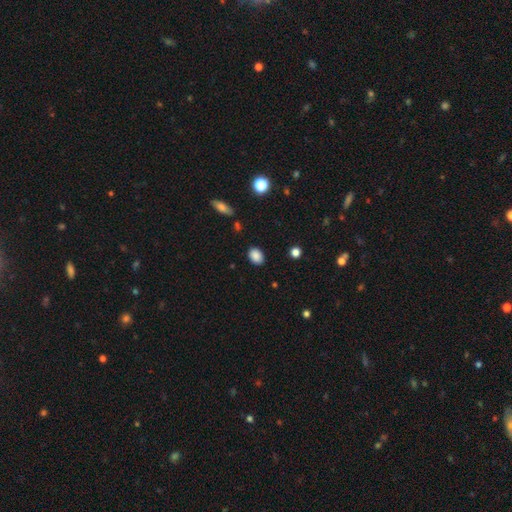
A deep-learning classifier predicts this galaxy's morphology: type=smooth (87%); roundness=in between (73%); merging=none (87%).